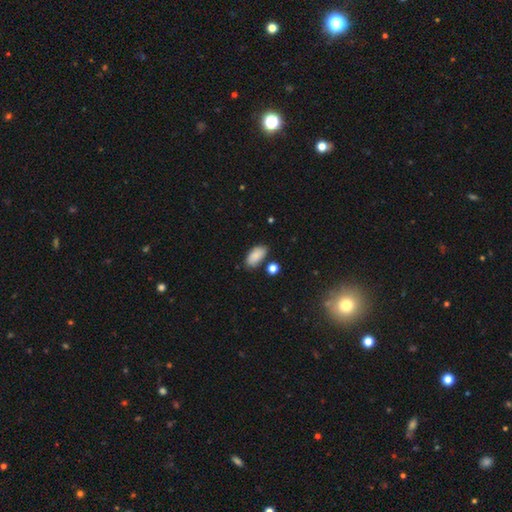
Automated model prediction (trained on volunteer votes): Smooth or featured? Predicted: smooth (p=0.85). How rounded? Predicted: in between (p=0.93). Merging? Predicted: none (p=0.73).